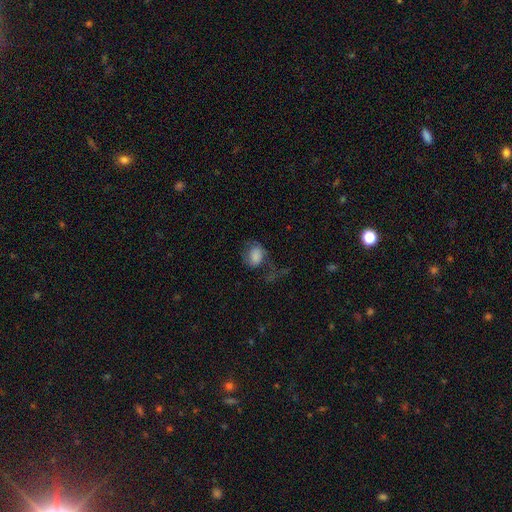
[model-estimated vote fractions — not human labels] This appears to be a smooth galaxy with no disk features (69%) that is in between round and cigar-shaped (61%). Merging: major disturbance (41%).